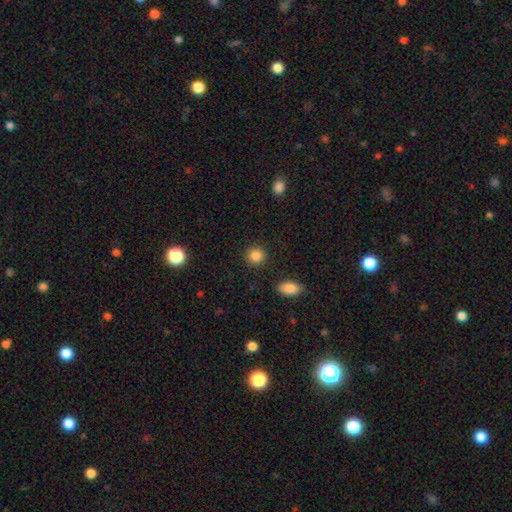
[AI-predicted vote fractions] A smooth galaxy with no disk features (87%) that is round (88%).

Vote fractions:
- Smooth or featured? smooth: 87% / star or artifact: 9% / featured or disk: 4%
- How rounded? round: 88% / in between: 10% / cigar-shaped: 1%
- Merging? none: 90% / minor disturbance: 6% / major disturbance: 2% / merger: 2%